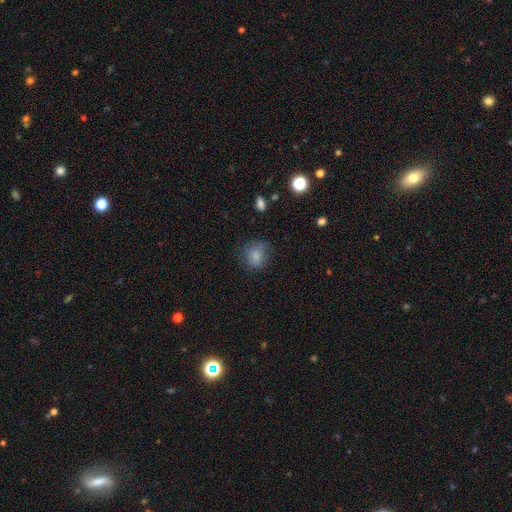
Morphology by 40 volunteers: Smooth or featured?
  - smooth: 85% *
  - star or artifact: 12%
  - featured or disk: 2%
How rounded?
  - round: 76% *
  - in between: 24%
  - cigar-shaped: 0%
Merging?
  - none: 71% *
  - minor disturbance: 29%
  - major disturbance: 0%
  - merger: 0%